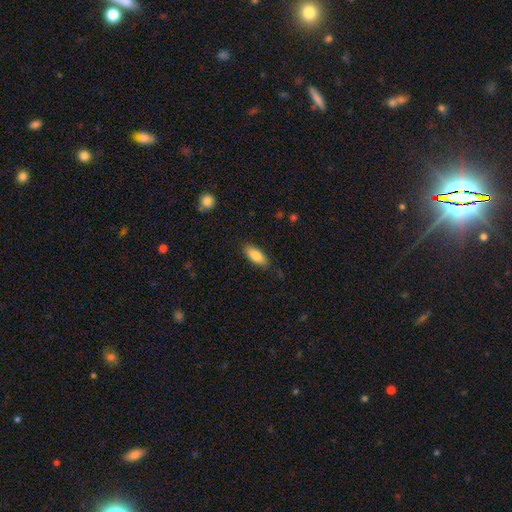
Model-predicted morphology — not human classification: Q: Smooth or featured?
A: smooth (83%); runner-up: featured or disk (10%)
Q: How rounded?
A: in between (81%); runner-up: cigar-shaped (17%)
Q: Merging?
A: none (83%); runner-up: minor disturbance (13%)